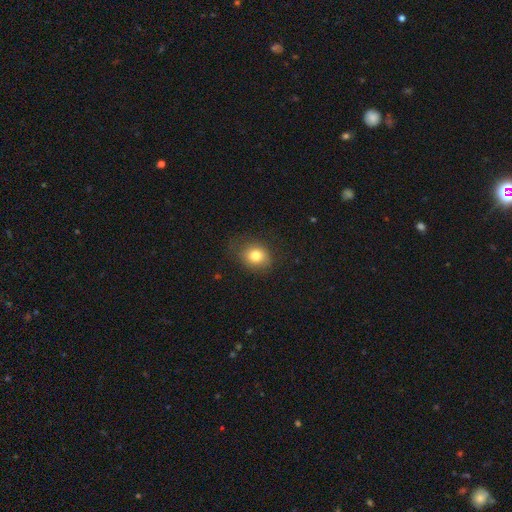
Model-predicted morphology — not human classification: The model was most divided on "how rounded": round: 66%, in between: 33%, cigar-shaped: 1%. More confident: smooth or featured — smooth (79%); merging — none (74%).